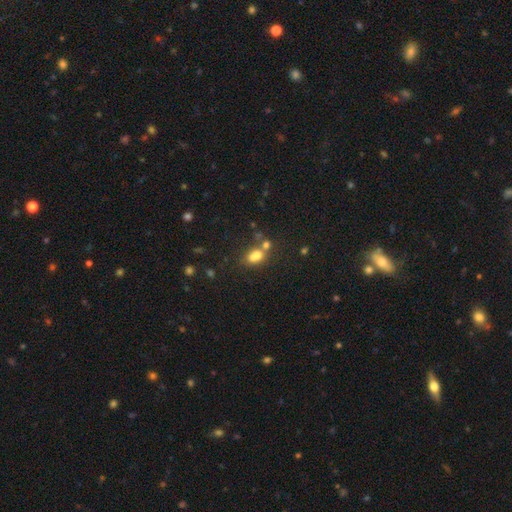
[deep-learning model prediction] Smooth or featured? smooth (72%)
How rounded? in between (72%)
Merging? merger (47%)